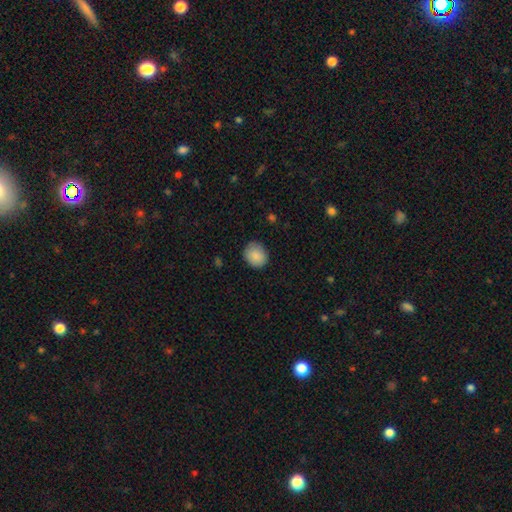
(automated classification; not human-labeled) smooth_or_featured: smooth (p=0.88) [alt: star or artifact p=0.07]
how_rounded: round (p=0.71) [alt: in between p=0.28]
merging: none (p=0.83) [alt: minor disturbance p=0.14]